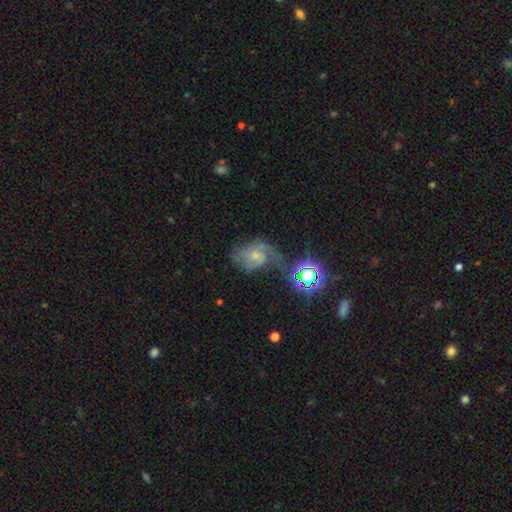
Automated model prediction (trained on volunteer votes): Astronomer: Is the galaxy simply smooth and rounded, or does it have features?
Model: featured or disk — 67%.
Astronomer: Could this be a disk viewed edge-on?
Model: no — 97%.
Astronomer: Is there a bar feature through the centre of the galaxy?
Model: no — 69%.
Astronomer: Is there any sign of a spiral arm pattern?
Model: yes — 88%.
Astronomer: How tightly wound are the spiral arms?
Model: medium — 46% (runner-up: tight, 28%).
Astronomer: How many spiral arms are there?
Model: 2 — 41% (runner-up: can't tell, 25%).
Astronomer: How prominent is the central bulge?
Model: small — 55% (runner-up: moderate, 34%).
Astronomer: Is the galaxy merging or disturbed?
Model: none — 36% (runner-up: major disturbance, 30%).